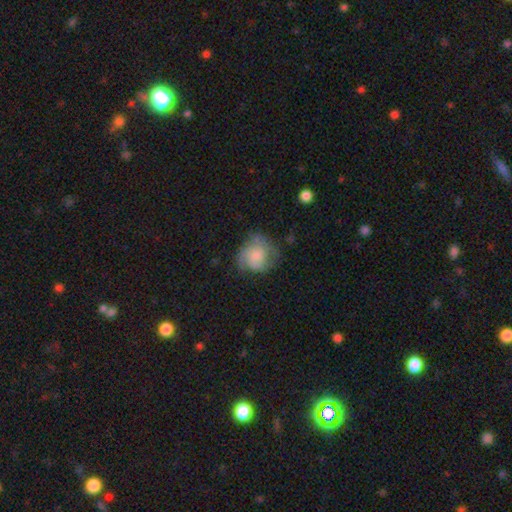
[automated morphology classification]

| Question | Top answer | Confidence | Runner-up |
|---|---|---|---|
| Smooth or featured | smooth | 56% | featured or disk (36%) |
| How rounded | round | 78% | in between (21%) |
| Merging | none | 52% | minor disturbance (29%) |